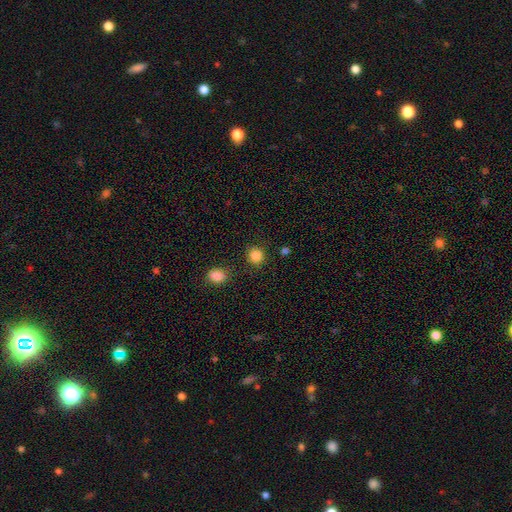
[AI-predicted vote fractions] The model was most divided on "smooth or featured": smooth: 86%, star or artifact: 11%, featured or disk: 4%. More confident: how rounded — round (88%); merging — none (87%).